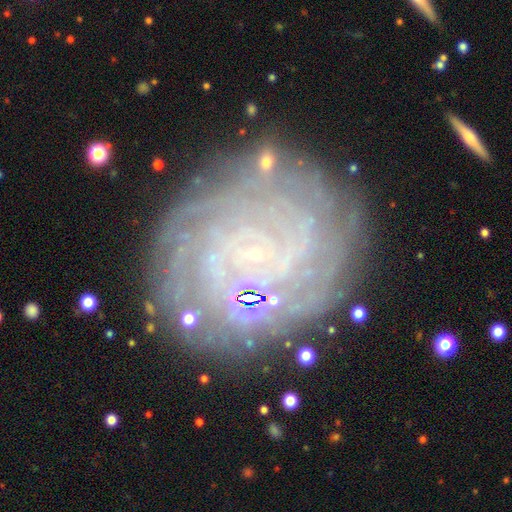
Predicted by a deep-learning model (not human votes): Smooth or featured? featured or disk (79%)
Edge-on disk? no (97%)
Bar? no (68%)
Spiral arms? yes (94%)
Spiral winding? tight (80%)
Spiral arm count? can't tell (33%)
Bulge size? small (75%)
Merging? none (76%)